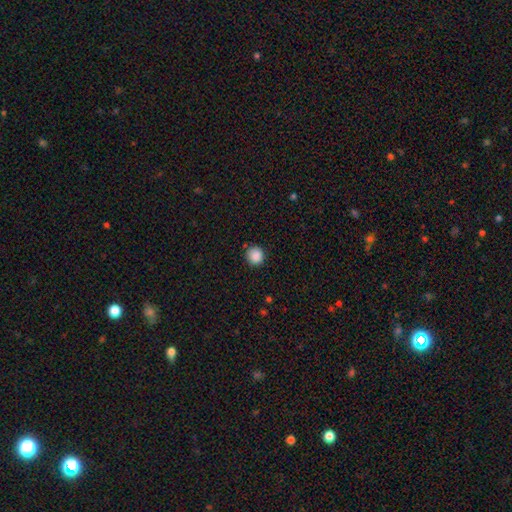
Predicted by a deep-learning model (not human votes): Smooth or featured? Predicted: smooth (p=0.87). How rounded? Predicted: round (p=0.93). Merging? Predicted: none (p=0.86).